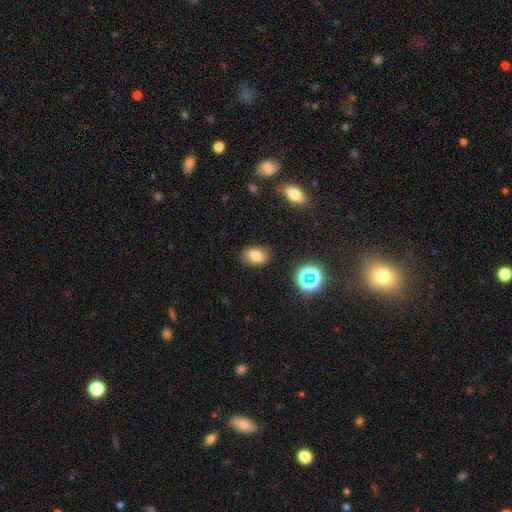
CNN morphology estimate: A smooth galaxy with no disk features (77%) that is in between round and cigar-shaped (78%). Merging: none (84%).